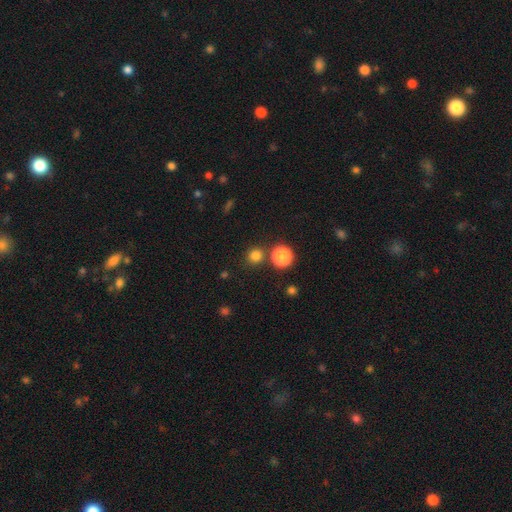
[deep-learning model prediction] Smooth or featured? Predicted: smooth (p=0.79). How rounded? Predicted: round (p=0.90). Merging? Predicted: none (p=0.81).